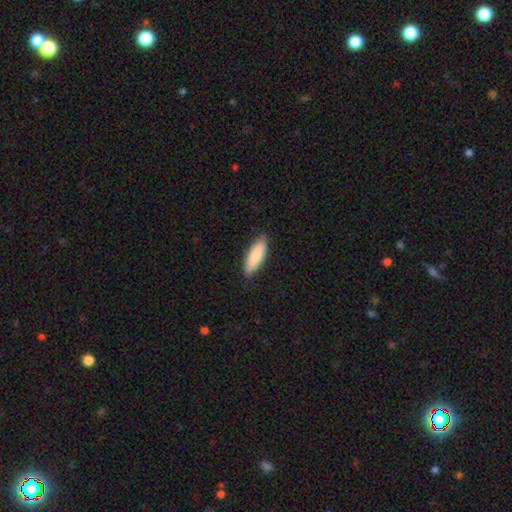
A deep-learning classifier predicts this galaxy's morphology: The model was most divided on "how rounded": in between: 62%, cigar-shaped: 37%, round: 2%. More confident: merging — none (87%); smooth or featured — smooth (86%).